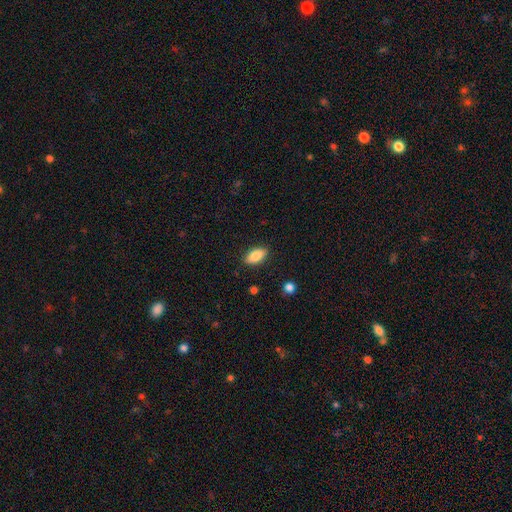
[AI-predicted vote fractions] A smooth galaxy with no disk features (84%) that is in between round and cigar-shaped (90%).

Vote fractions:
- Smooth or featured? smooth: 84% / featured or disk: 9% / star or artifact: 7%
- How rounded? in between: 90% / cigar-shaped: 7% / round: 3%
- Merging? none: 88% / minor disturbance: 9% / major disturbance: 2% / merger: 1%